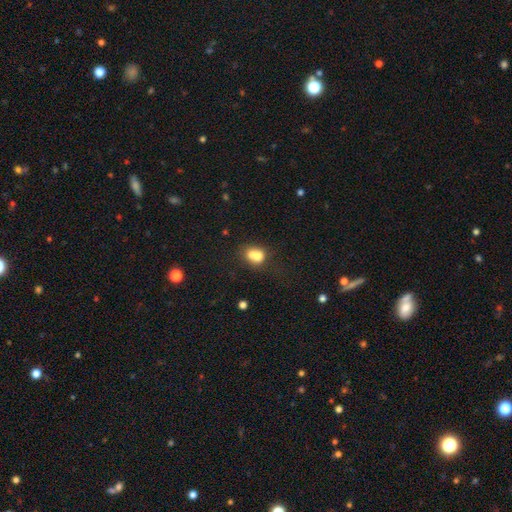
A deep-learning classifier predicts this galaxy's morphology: Overall: smooth (70%). How rounded: round (55%; in between 44%). Merging: merger (58%; none 28%).